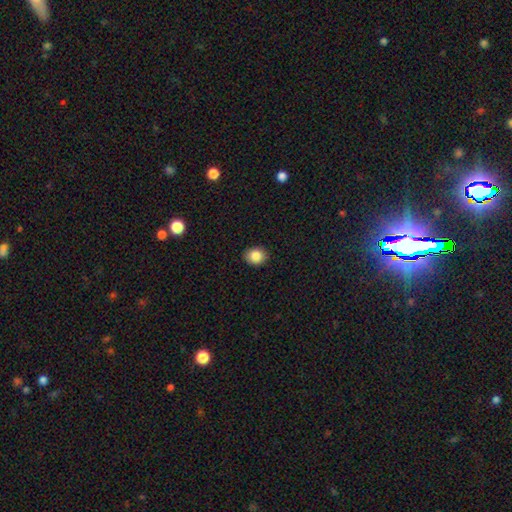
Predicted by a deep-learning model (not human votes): A smooth galaxy with no disk features (86%) that is round (64%).

Vote fractions:
- Smooth or featured? smooth: 86% / star or artifact: 9% / featured or disk: 5%
- How rounded? round: 64% / in between: 35% / cigar-shaped: 1%
- Merging? none: 89% / minor disturbance: 8% / major disturbance: 2% / merger: 1%